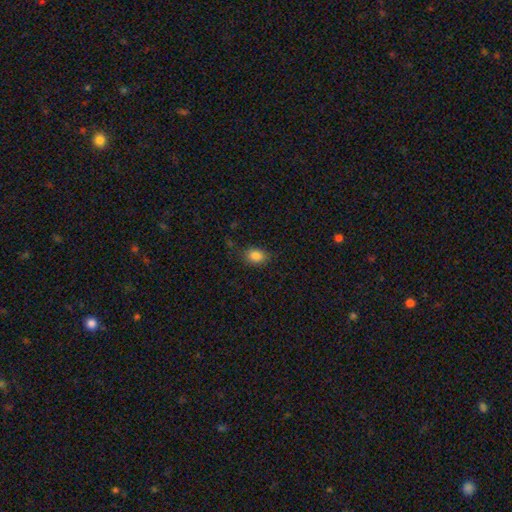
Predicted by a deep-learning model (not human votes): The model was most divided on "how rounded": in between: 73%, round: 26%, cigar-shaped: 1%. More confident: smooth or featured — smooth (84%); merging — none (79%).